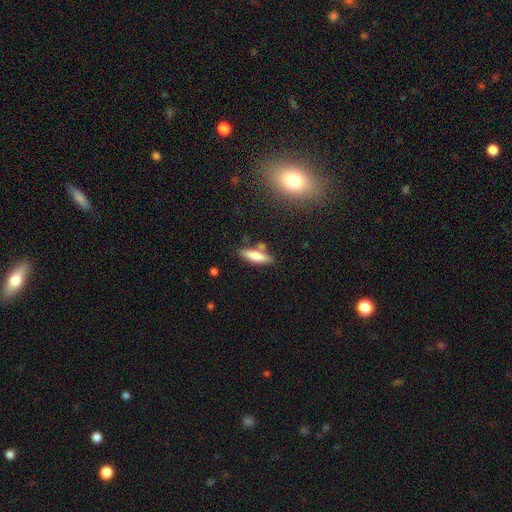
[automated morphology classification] smooth-or-featured: smooth: 74% | featured or disk: 19% | star or artifact: 7%
  how-rounded: cigar-shaped: 62% | in between: 36% | round: 2%
  merging: none: 73% | minor disturbance: 13% | merger: 10% | major disturbance: 3%